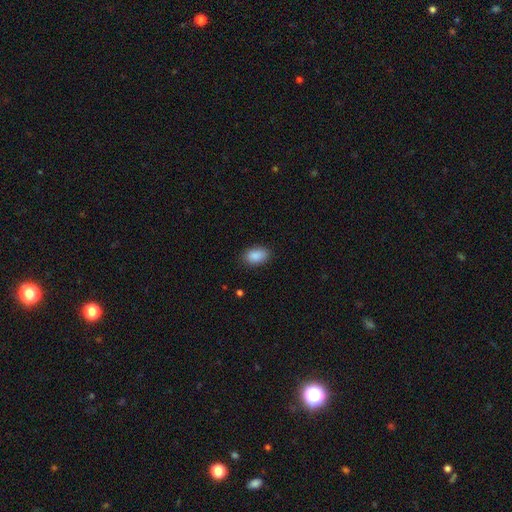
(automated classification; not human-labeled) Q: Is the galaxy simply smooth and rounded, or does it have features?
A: smooth — 89%.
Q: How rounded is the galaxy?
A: in between — 91%.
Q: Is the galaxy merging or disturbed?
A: none — 84%.